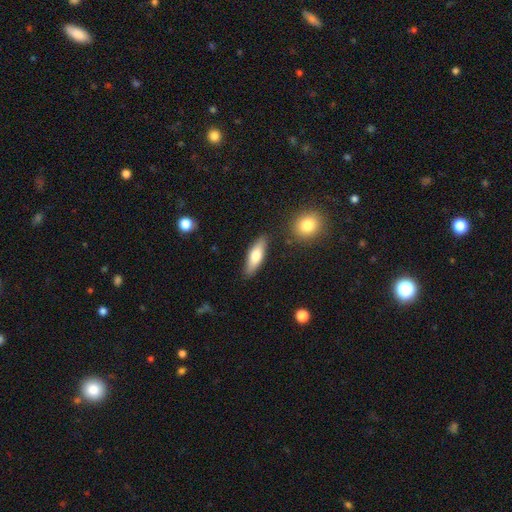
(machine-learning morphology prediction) This is likely a smooth galaxy (67%). How rounded: possibly in between (53%). Merging: clearly none (85%).